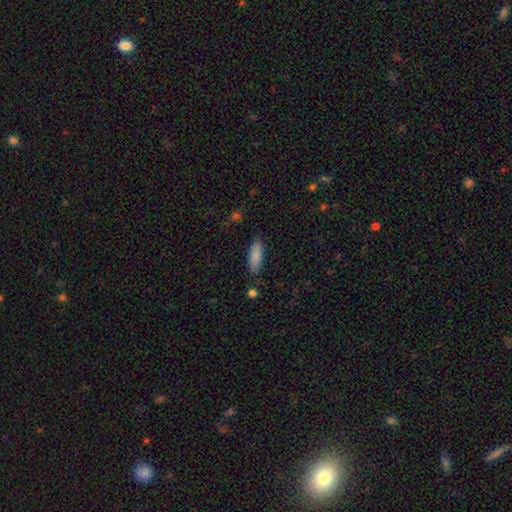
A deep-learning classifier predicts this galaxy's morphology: Q: Smooth or featured?
A: smooth (87%); runner-up: star or artifact (6%)
Q: How rounded?
A: in between (61%); runner-up: cigar-shaped (38%)
Q: Merging?
A: none (85%); runner-up: minor disturbance (10%)